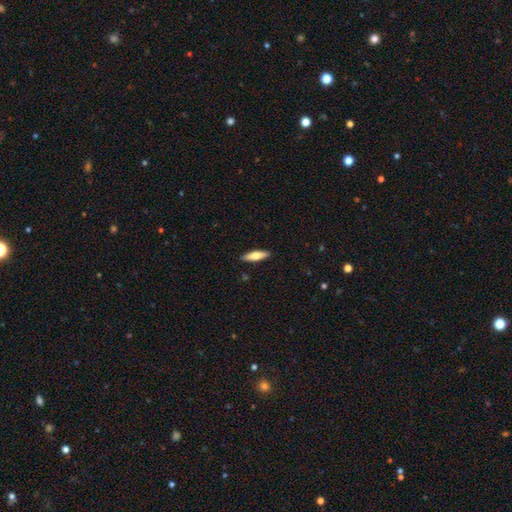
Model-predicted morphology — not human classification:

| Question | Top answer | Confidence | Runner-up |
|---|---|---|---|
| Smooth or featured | smooth | 64% | featured or disk (30%) |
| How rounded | cigar-shaped | 60% | in between (38%) |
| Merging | none | 90% | minor disturbance (8%) |